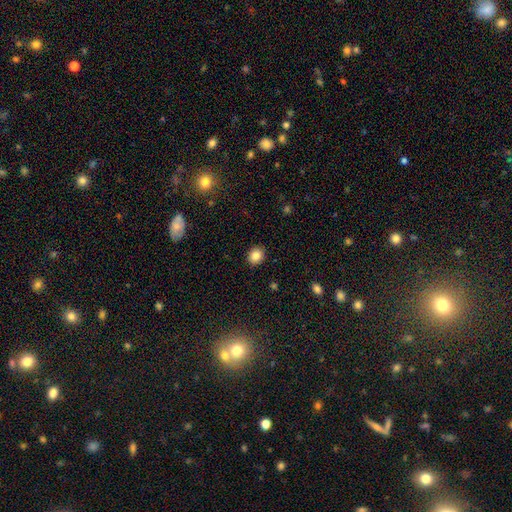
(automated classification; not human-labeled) Morphology: type=smooth (84%); roundness=round (59%); merging=none (90%).